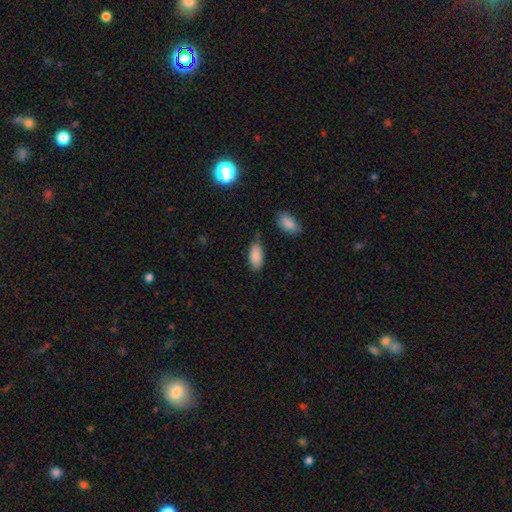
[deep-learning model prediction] smooth_or_featured: smooth (p=0.87) [alt: star or artifact p=0.07]
how_rounded: in between (p=0.90) [alt: cigar-shaped p=0.08]
merging: none (p=0.71) [alt: minor disturbance p=0.20]